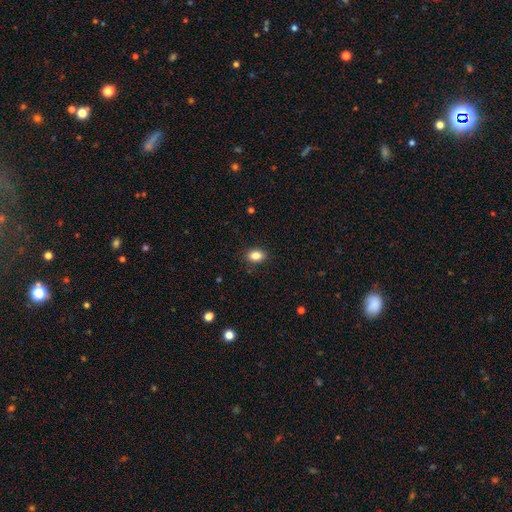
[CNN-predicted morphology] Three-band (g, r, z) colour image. It shows a smooth galaxy with no disk features (86%) that is in between round and cigar-shaped (78%). Merging: none (88%).